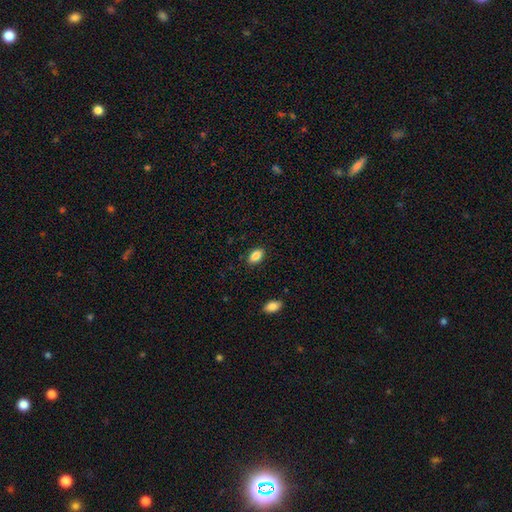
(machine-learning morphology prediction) The model was most divided on "merging": none: 87%, minor disturbance: 9%, major disturbance: 2%, merger: 1%. More confident: how rounded — in between (91%); smooth or featured — smooth (86%).